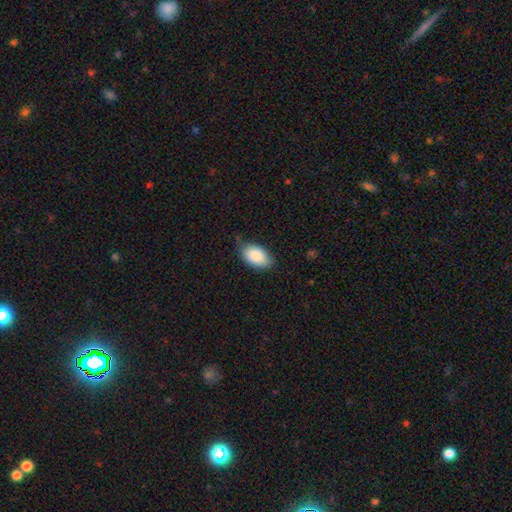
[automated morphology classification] This appears to be a smooth galaxy with no disk features (88%) that is in between round and cigar-shaped (94%). Merging: none (70%).